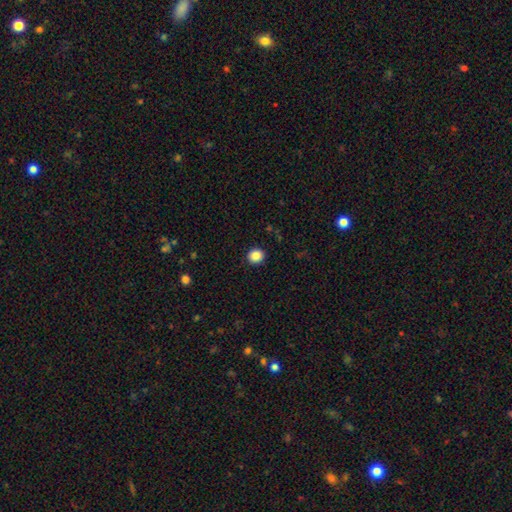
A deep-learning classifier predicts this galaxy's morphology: This is clearly a smooth galaxy (87%). How rounded: clearly round (85%). Merging: clearly none (91%).